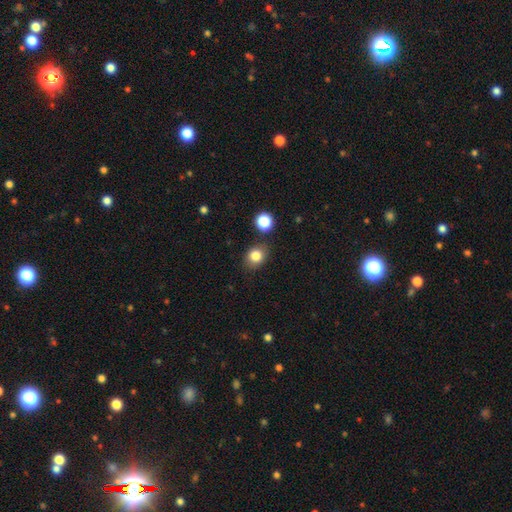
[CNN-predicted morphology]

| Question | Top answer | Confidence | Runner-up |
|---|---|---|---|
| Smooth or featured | smooth | 83% | star or artifact (11%) |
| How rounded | round | 57% | in between (42%) |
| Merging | none | 80% | minor disturbance (12%) |